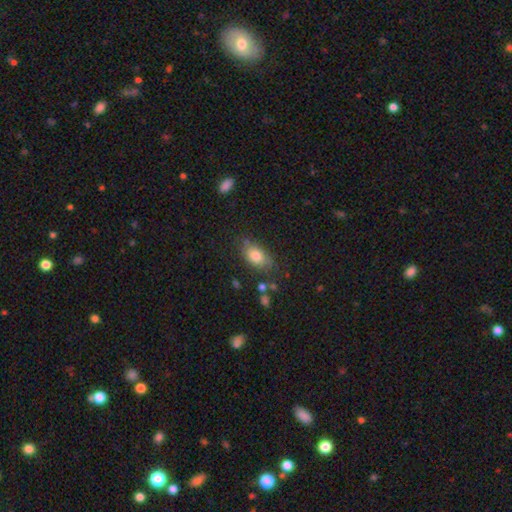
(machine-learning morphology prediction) A smooth galaxy with no disk features (79%) that is in between round and cigar-shaped (87%). Merging: none (70%).